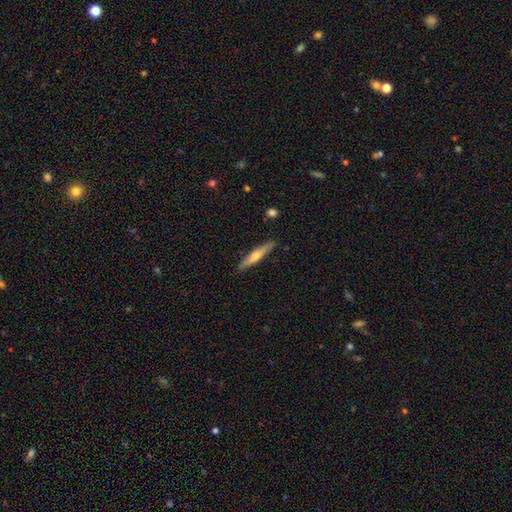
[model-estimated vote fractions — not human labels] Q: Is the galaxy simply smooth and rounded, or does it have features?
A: featured or disk — 48%.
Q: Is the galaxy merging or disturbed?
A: none — 88%.